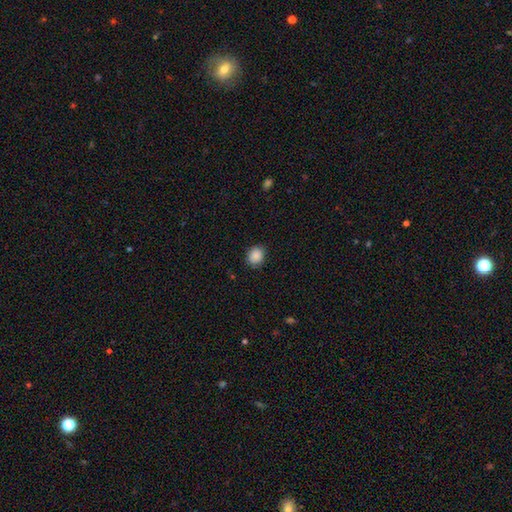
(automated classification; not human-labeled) Smooth or featured? smooth (88%)
How rounded? round (63%)
Merging? none (84%)